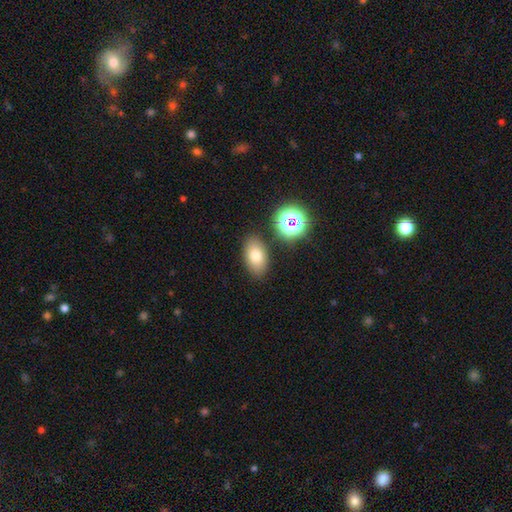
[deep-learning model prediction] Morphology: type=smooth (75%); roundness=in between (88%); merging=none (83%).